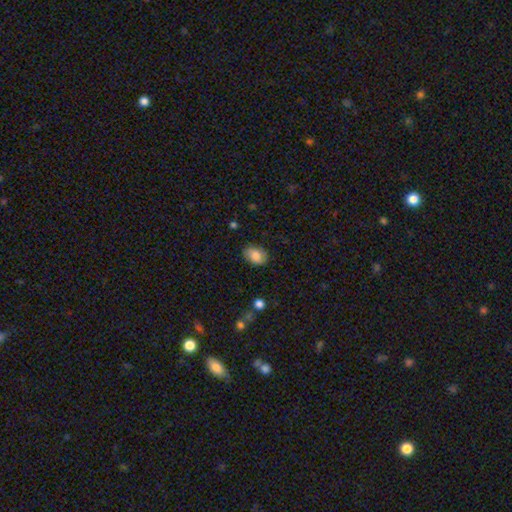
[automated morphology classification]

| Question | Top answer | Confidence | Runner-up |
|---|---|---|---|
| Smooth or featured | smooth | 73% | featured or disk (18%) |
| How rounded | in between | 80% | round (18%) |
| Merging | none | 78% | minor disturbance (17%) |